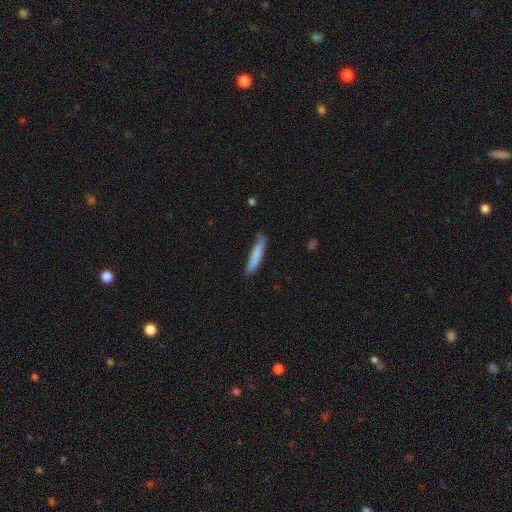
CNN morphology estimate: type=smooth (79%); roundness=cigar-shaped (91%); merging=none (75%).